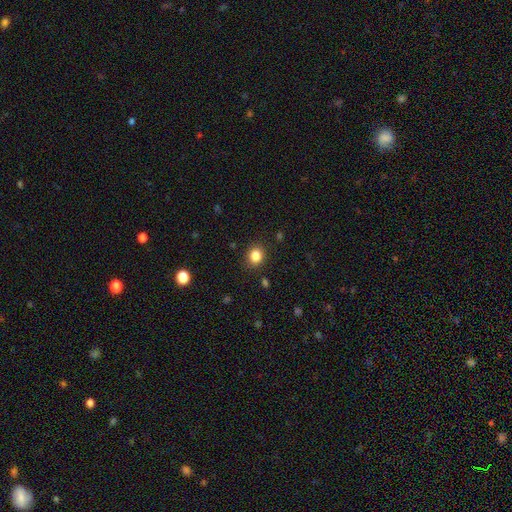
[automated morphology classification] Q: Smooth or featured?
A: smooth (84%); runner-up: star or artifact (11%)
Q: How rounded?
A: round (73%); runner-up: in between (26%)
Q: Merging?
A: none (89%); runner-up: minor disturbance (8%)